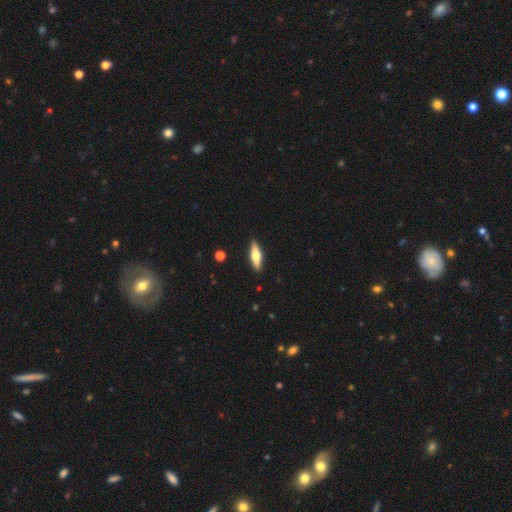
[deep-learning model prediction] Morphology: type=smooth (58%); roundness=cigar-shaped (54%); merging=none (90%).